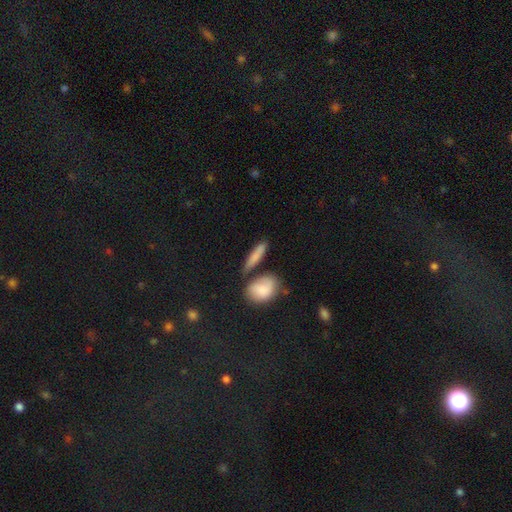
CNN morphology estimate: Smooth or featured? smooth (77%)
How rounded? cigar-shaped (65%)
Merging? none (67%)